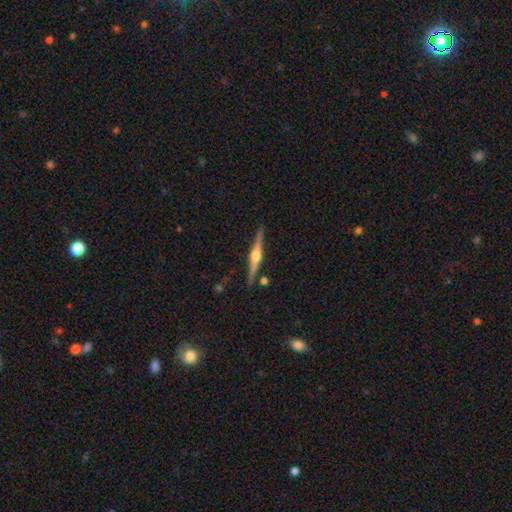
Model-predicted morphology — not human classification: Smooth or featured? Predicted: featured or disk (p=0.83). Edge-on disk? Predicted: yes (p=0.98). Edge-on bulge? Predicted: rounded (p=0.95). Merging? Predicted: none (p=0.89).